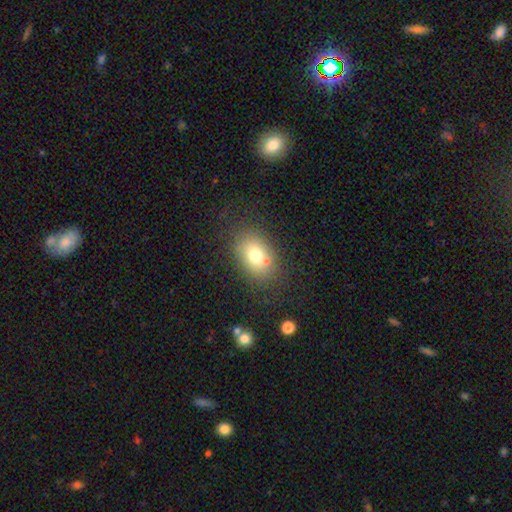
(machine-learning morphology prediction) The model was most divided on "how rounded": in between: 71%, round: 28%, cigar-shaped: 1%. More confident: merging — none (74%); smooth or featured — smooth (73%).